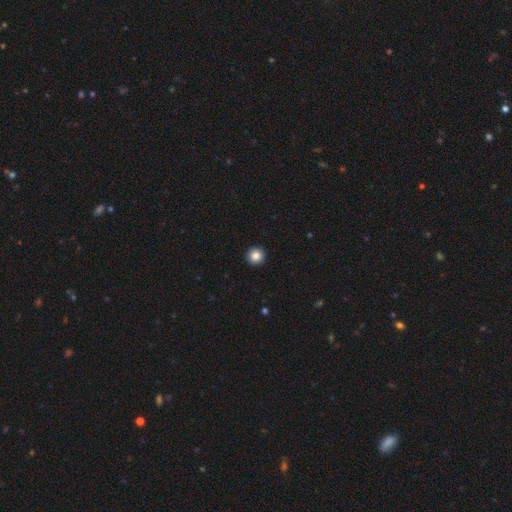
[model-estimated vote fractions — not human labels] smooth-or-featured: smooth: 84% | star or artifact: 10% | featured or disk: 6%
  how-rounded: round: 95% | in between: 4% | cigar-shaped: 1%
  merging: none: 94% | minor disturbance: 4% | major disturbance: 1% | merger: 1%